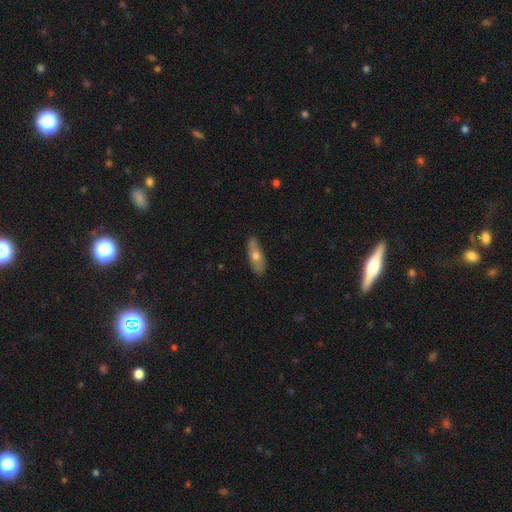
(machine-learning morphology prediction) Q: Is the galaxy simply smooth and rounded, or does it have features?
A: smooth — 58%.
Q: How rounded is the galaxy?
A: in between — 68%.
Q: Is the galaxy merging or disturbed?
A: none — 83%.